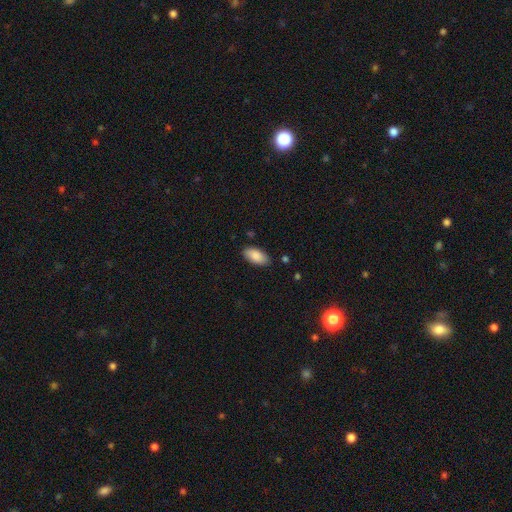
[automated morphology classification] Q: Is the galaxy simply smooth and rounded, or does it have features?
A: smooth — 87%.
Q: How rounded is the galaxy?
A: in between — 93%.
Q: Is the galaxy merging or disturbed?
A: none — 85%.